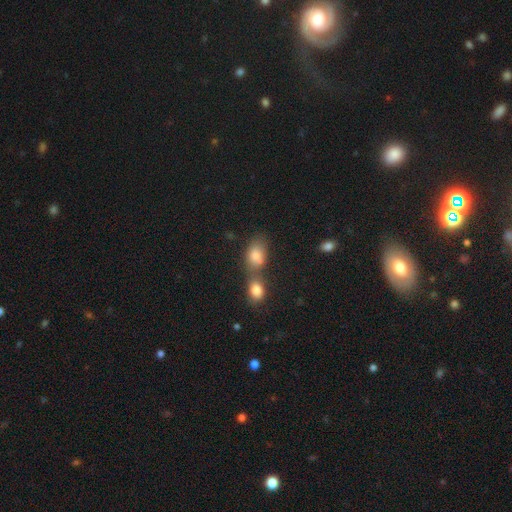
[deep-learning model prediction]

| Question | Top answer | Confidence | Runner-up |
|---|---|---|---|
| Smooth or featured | smooth | 81% | star or artifact (10%) |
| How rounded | in between | 80% | round (18%) |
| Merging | merger | 53% | none (32%) |